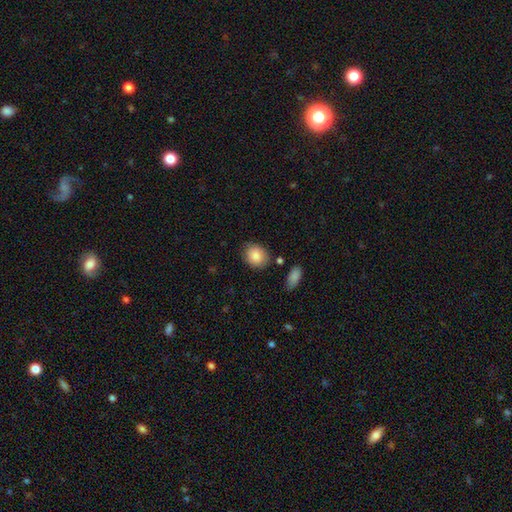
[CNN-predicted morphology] Overall: smooth (86%). How rounded: round (58%; in between 41%). Merging: none (80%).